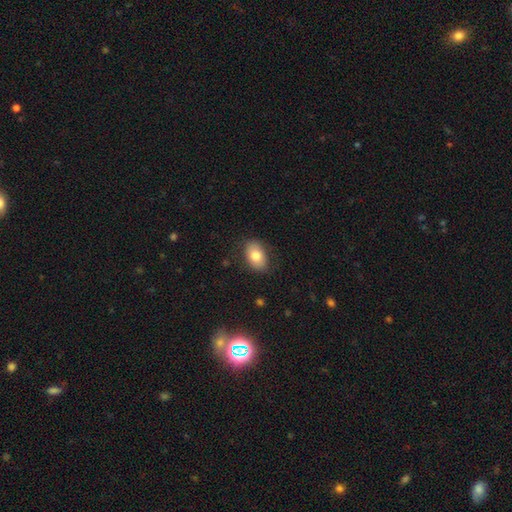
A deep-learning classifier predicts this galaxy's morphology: Q: Smooth or featured?
A: smooth (78%); runner-up: featured or disk (14%)
Q: How rounded?
A: in between (87%); runner-up: round (12%)
Q: Merging?
A: none (82%); runner-up: minor disturbance (14%)